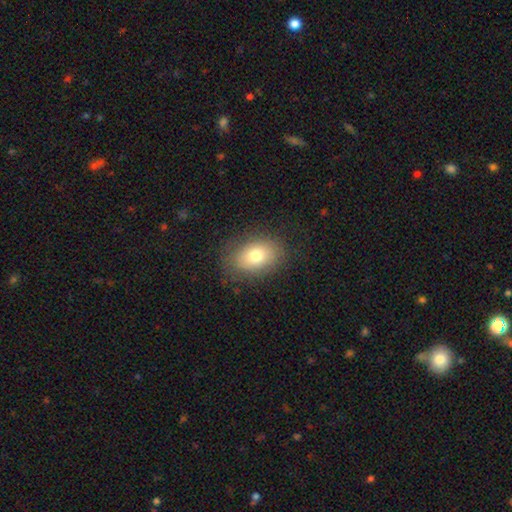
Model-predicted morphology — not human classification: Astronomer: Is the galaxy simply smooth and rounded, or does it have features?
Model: smooth — 76%.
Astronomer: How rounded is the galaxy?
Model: in between — 76%.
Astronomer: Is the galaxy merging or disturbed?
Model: none — 81%.